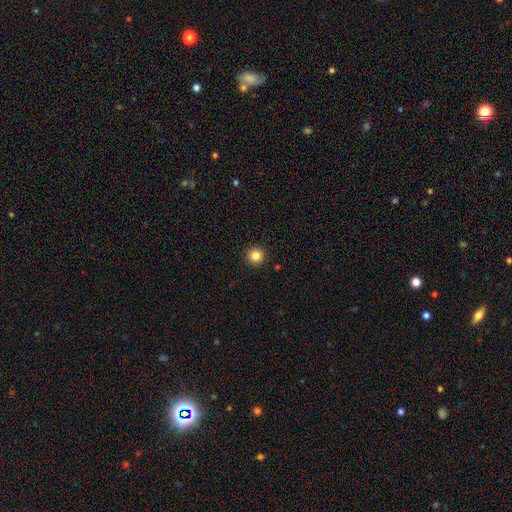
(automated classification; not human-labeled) Morphology: type=smooth (85%); roundness=round (95%); merging=none (93%).